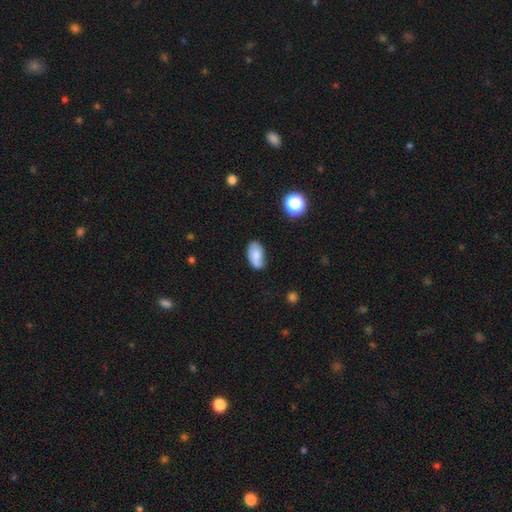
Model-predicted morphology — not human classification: The model was most divided on "merging": none: 62%, minor disturbance: 29%, major disturbance: 6%, merger: 3%. More confident: how rounded — in between (93%); smooth or featured — smooth (72%).